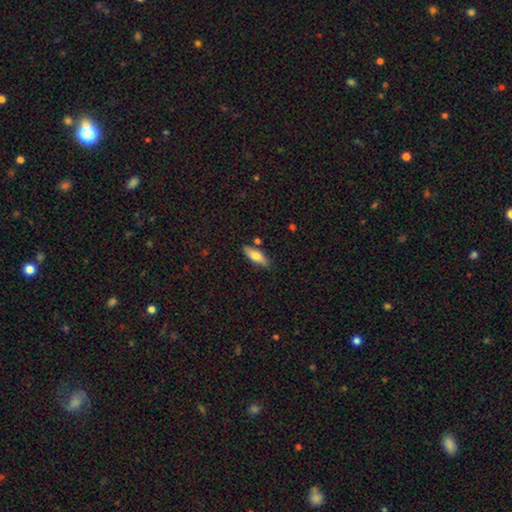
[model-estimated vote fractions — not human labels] A smooth galaxy with no disk features (70%) that is in between round and cigar-shaped (62%).

Vote fractions:
- Smooth or featured? smooth: 70% / featured or disk: 24% / star or artifact: 6%
- How rounded? in between: 62% / cigar-shaped: 35% / round: 2%
- Merging? none: 81% / minor disturbance: 12% / merger: 5% / major disturbance: 2%